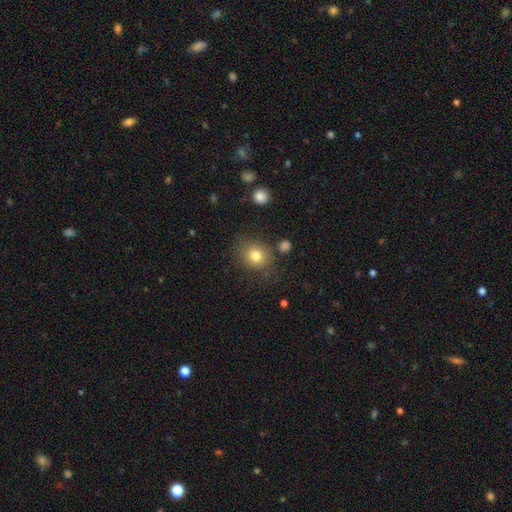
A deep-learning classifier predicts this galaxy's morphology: type=smooth (80%); roundness=round (73%); merging=none (77%).